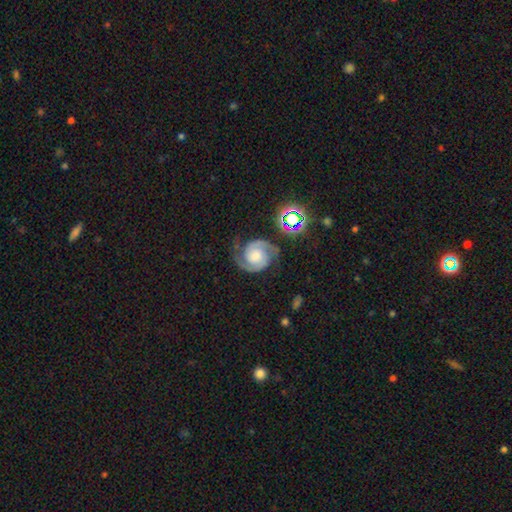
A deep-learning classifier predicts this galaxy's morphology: A featured or disk galaxy (87%) with no bar (67%), 2 (93%) medium (47%) spiral arms (98%) and a moderate central bulge (36%). Merging: none (74%).